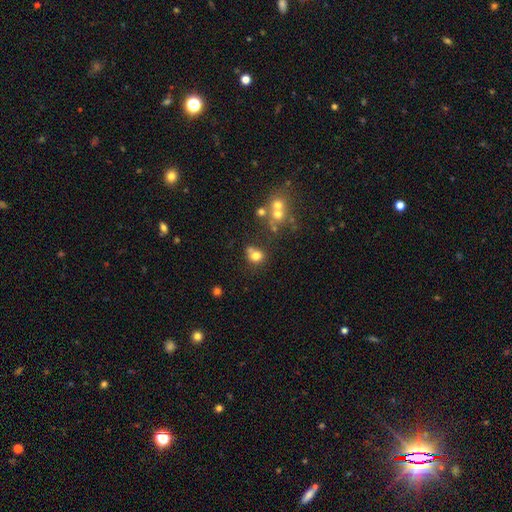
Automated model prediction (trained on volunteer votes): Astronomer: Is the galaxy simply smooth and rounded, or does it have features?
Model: smooth — 74%.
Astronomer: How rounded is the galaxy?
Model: round — 74%.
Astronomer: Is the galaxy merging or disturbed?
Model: none — 55%.